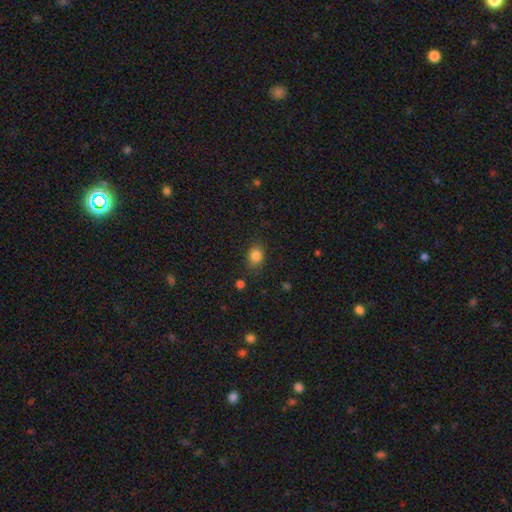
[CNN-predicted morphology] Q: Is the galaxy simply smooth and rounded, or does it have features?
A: smooth — 84%.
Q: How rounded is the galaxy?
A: in between — 56%.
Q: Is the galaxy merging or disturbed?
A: none — 82%.